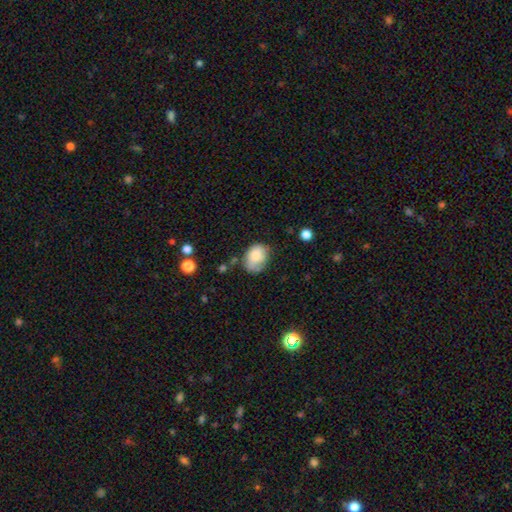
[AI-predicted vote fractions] smooth 76%, featured or disk 16%, star or artifact 8%. Down the decision tree: how rounded — in between (65%); merging — none (49%).